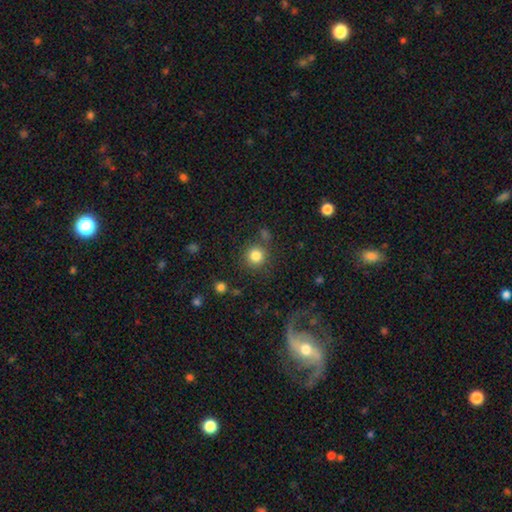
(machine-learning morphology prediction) This is clearly a smooth galaxy (84%). How rounded: clearly round (93%). Merging: likely none (80%).